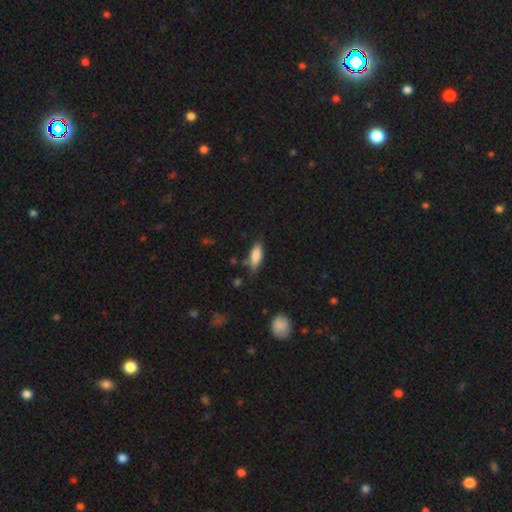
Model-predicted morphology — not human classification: Overall: smooth (85%). How rounded: in between (75%). Merging: none (64%; minor disturbance 27%).